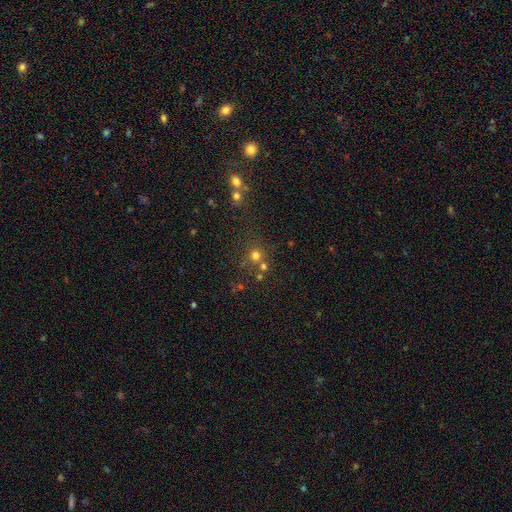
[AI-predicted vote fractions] smooth-or-featured: smooth: 68% | star or artifact: 23% | featured or disk: 9%
  how-rounded: round: 90% | in between: 9% | cigar-shaped: 1%
  merging: none: 65% | merger: 22% | minor disturbance: 9% | major disturbance: 4%